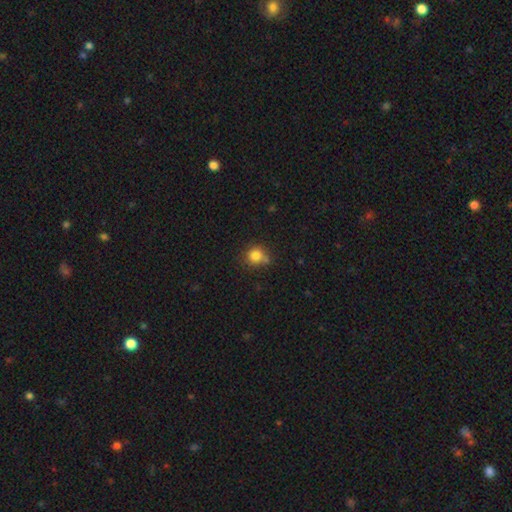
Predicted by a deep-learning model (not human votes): A smooth galaxy with no disk features (82%) that is round (86%). Merging: none (62%).